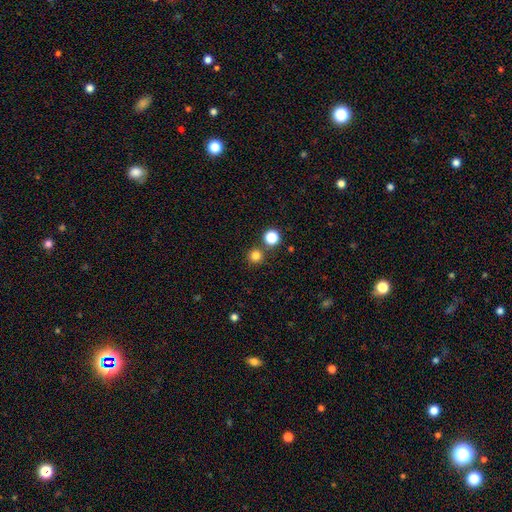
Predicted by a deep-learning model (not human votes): A smooth galaxy with no disk features (81%) that is round (95%).

Vote fractions:
- Smooth or featured? smooth: 81% / star or artifact: 15% / featured or disk: 4%
- How rounded? round: 95% / in between: 4% / cigar-shaped: 1%
- Merging? none: 82% / merger: 10% / minor disturbance: 6% / major disturbance: 2%